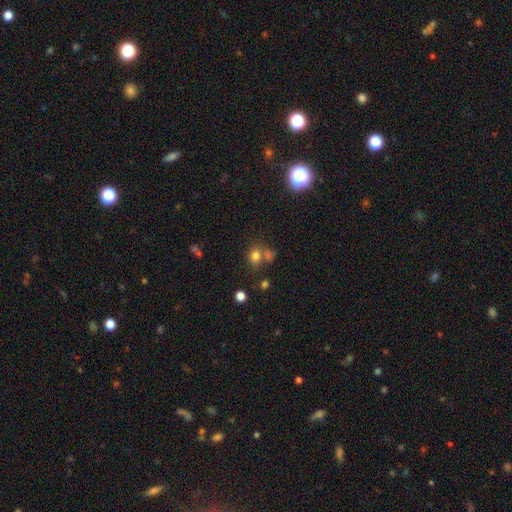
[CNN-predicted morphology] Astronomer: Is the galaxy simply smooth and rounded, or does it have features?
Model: smooth — 74%.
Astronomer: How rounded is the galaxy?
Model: round — 65%.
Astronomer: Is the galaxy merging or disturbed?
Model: none — 55%.